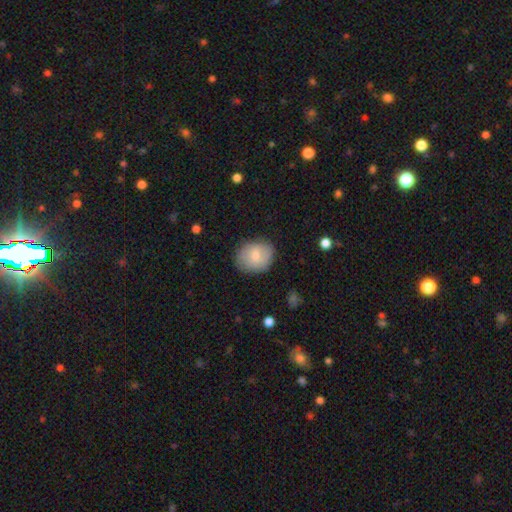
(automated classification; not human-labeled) This is likely a smooth galaxy (74%). How rounded: possibly round (54%). Merging: likely none (79%).